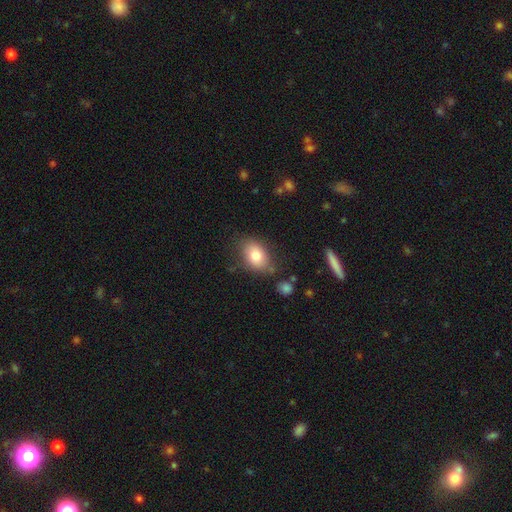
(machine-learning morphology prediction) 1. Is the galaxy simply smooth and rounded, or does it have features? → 79% smooth, 13% featured or disk, 8% star or artifact.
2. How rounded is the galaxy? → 80% in between, 18% round, 1% cigar-shaped.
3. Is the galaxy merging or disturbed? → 70% none, 21% minor disturbance, 6% major disturbance, 4% merger.